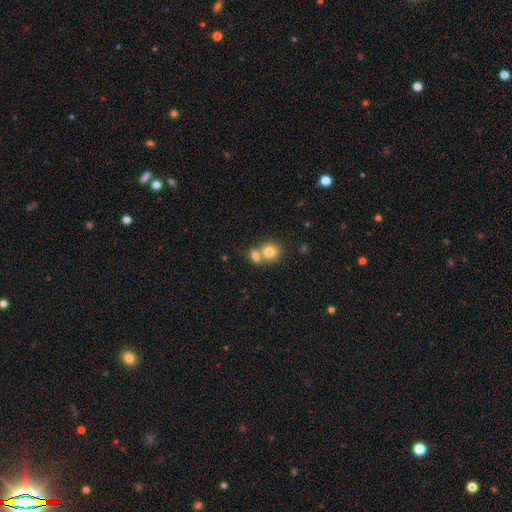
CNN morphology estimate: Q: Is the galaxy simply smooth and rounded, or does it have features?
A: smooth — 69%.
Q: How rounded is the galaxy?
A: round — 81%.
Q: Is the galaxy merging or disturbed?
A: none — 55%.